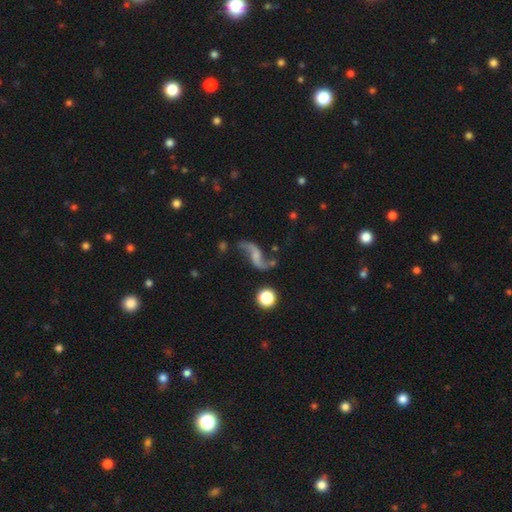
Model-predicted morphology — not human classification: A featured or disk galaxy (85%) with no bar (55%), 2 (94%) loose (94%) spiral arms (95%) and no central bulge (42%). Merging: none (68%).